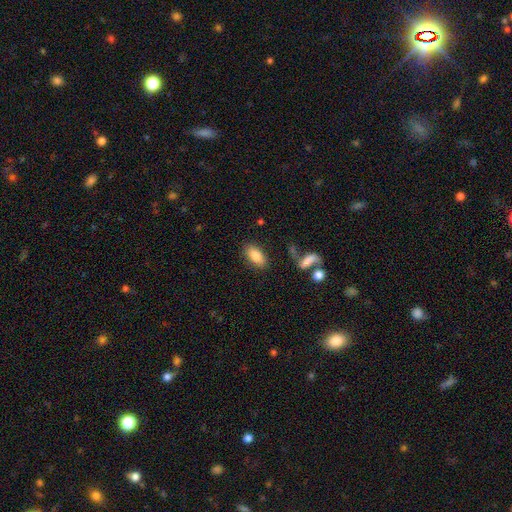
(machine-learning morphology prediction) smooth-or-featured: smooth: 83% | featured or disk: 10% | star or artifact: 7%
  how-rounded: in between: 89% | cigar-shaped: 7% | round: 4%
  merging: none: 83% | minor disturbance: 10% | major disturbance: 4% | merger: 3%